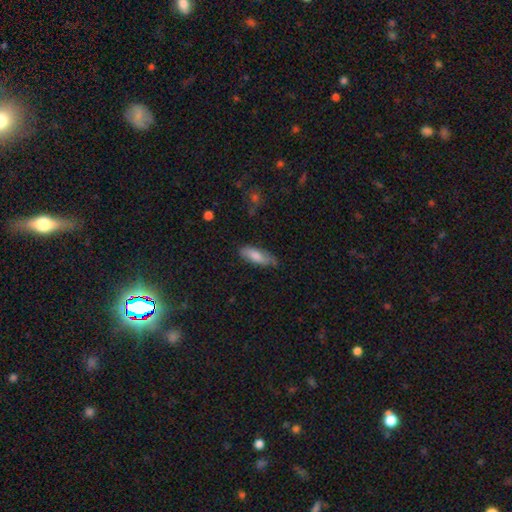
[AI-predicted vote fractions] The model was most divided on "how rounded": in between: 69%, cigar-shaped: 30%, round: 2%. More confident: smooth or featured — smooth (79%); merging — none (66%).